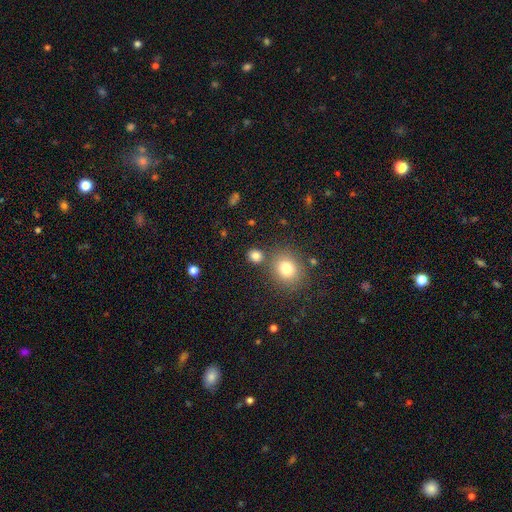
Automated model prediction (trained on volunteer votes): The model was most divided on "how rounded": round: 77%, in between: 22%, cigar-shaped: 1%. More confident: smooth or featured — smooth (81%); merging — none (75%).